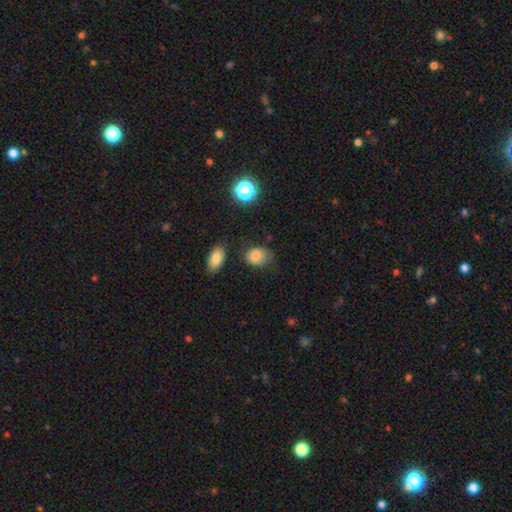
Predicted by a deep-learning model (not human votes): Smooth or featured? smooth (80%)
How rounded? in between (58%)
Merging? none (64%)